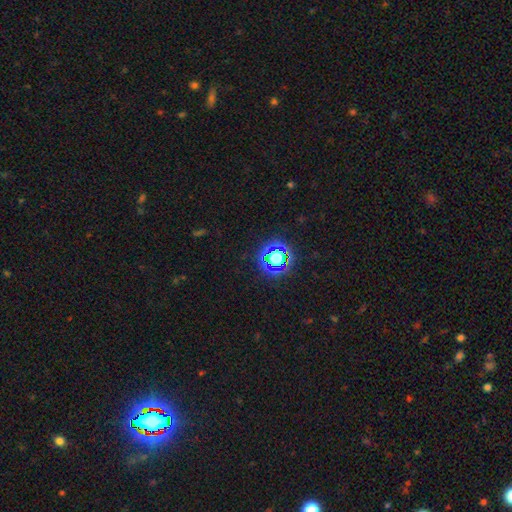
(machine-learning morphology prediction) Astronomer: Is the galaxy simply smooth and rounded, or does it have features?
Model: star or artifact — 79%.